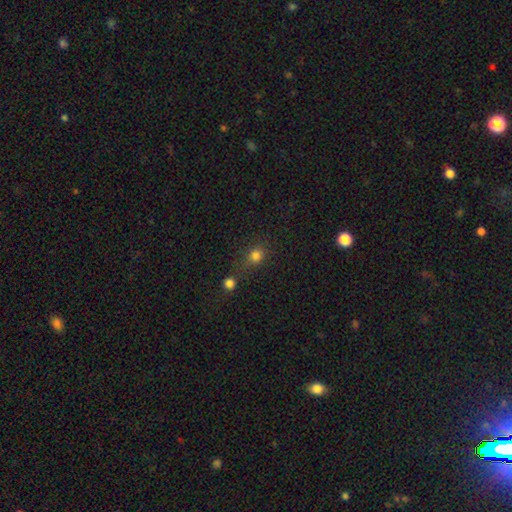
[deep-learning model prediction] Overall: smooth (77%). How rounded: round (80%). Merging: none (61%).